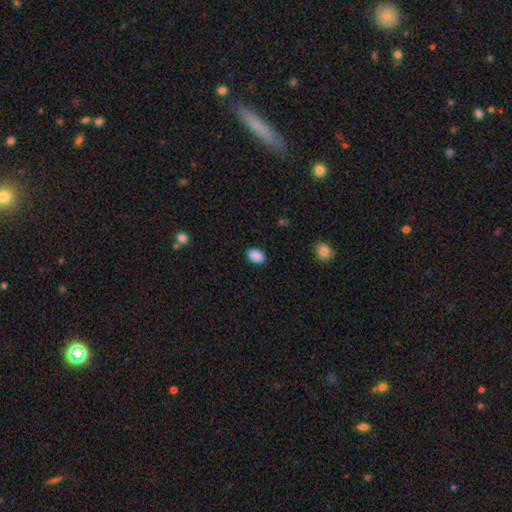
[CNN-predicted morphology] Smooth or featured?
  - smooth: 89% *
  - star or artifact: 8%
  - featured or disk: 3%
How rounded?
  - in between: 90% *
  - round: 9%
  - cigar-shaped: 1%
Merging?
  - none: 88% *
  - minor disturbance: 9%
  - major disturbance: 2%
  - merger: 1%